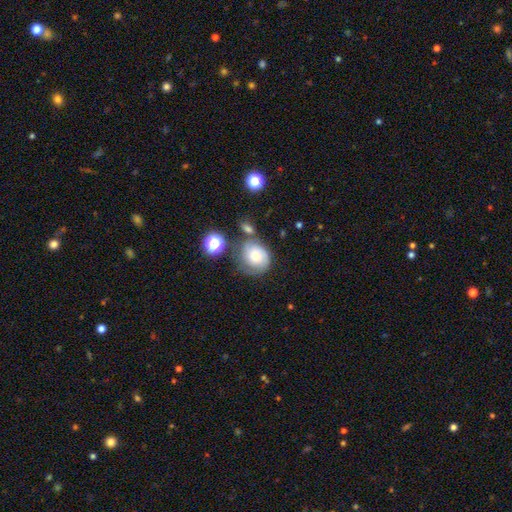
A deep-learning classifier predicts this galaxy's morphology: This is possibly a smooth galaxy (48%). Merging: possibly none (49%).